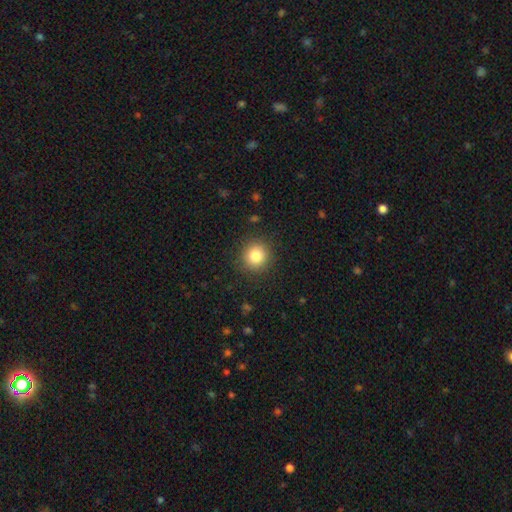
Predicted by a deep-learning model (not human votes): Overall: smooth (83%). How rounded: round (91%). Merging: none (89%).